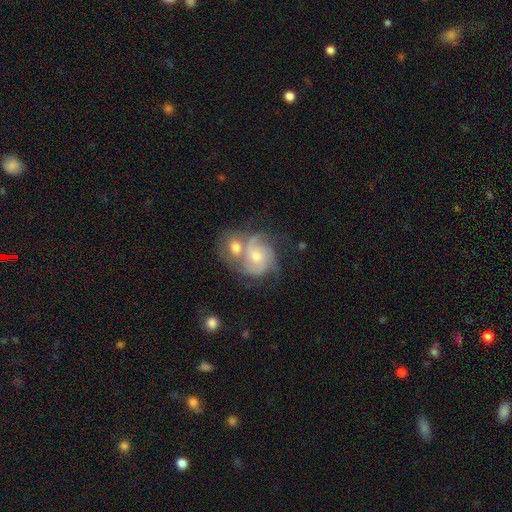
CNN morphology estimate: smooth_or_featured: featured or disk (p=0.81) [alt: smooth p=0.13]
disk_edge_on: no (p=0.98) [alt: yes p=0.02]
bar: no (p=0.69) [alt: weak p=0.26]
has_spiral_arms: yes (p=0.95) [alt: no p=0.05]
spiral_winding: tight (p=0.47) [alt: medium p=0.43]
spiral_arm_count: 3 (p=0.41) [alt: 2 p=0.28]
bulge_size: moderate (p=0.51) [alt: small p=0.44]
merging: merger (p=0.50) [alt: none p=0.31]